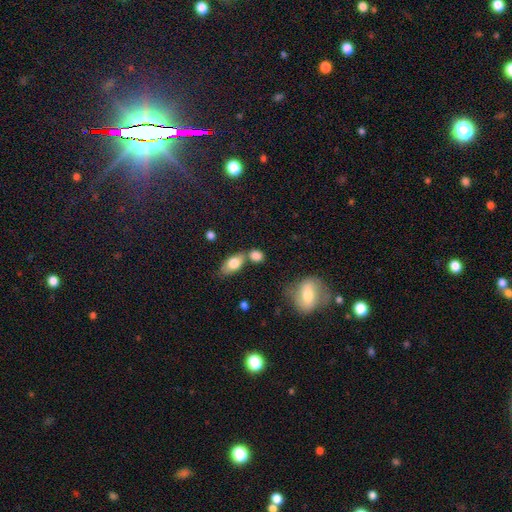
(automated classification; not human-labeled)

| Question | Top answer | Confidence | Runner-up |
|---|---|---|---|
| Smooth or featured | smooth | 81% | featured or disk (10%) |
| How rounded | in between | 68% | round (26%) |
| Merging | none | 51% | merger (32%) |